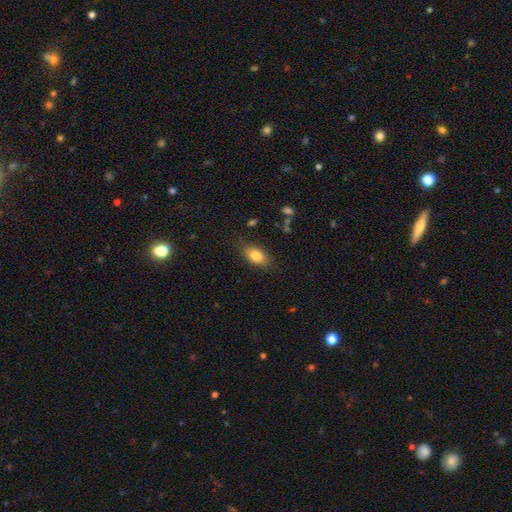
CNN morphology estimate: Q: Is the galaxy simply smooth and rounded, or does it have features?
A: smooth — 80%.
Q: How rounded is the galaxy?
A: in between — 85%.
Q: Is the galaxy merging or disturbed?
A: none — 78%.